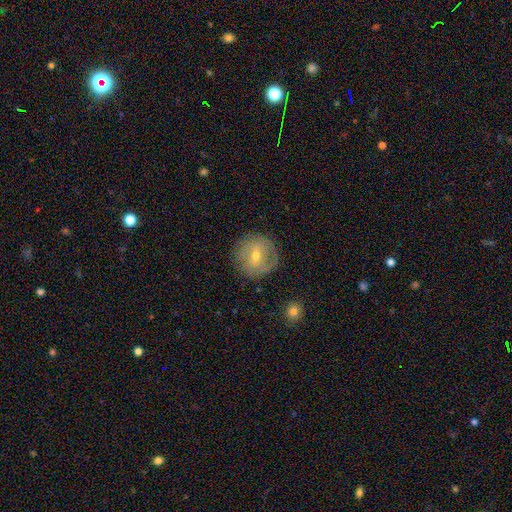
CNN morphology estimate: Smooth or featured?
  - featured or disk: 49% *
  - smooth: 42%
  - star or artifact: 9%
Merging?
  - none: 81% *
  - minor disturbance: 12%
  - major disturbance: 5%
  - merger: 1%